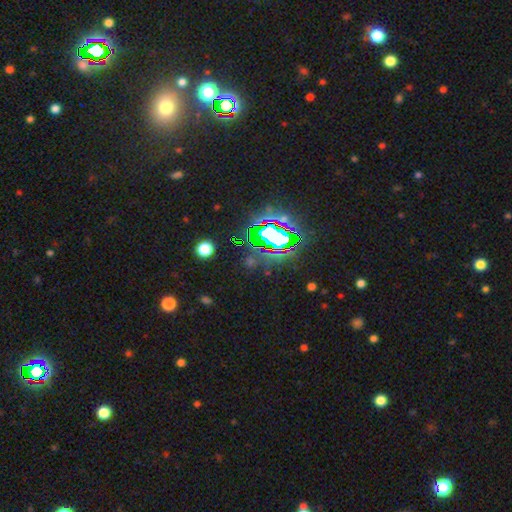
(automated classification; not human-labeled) Smooth or featured: star or artifact — 82% (smooth — 10%)